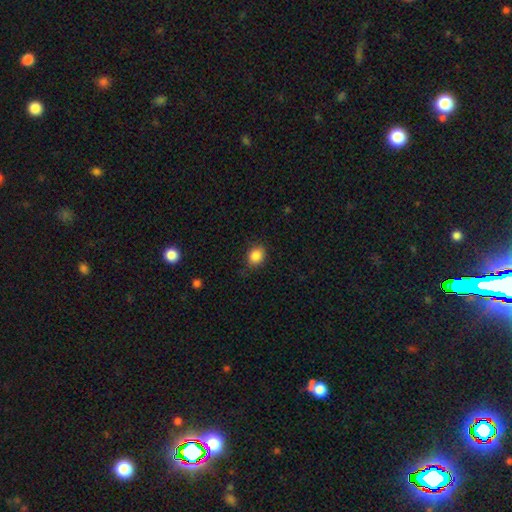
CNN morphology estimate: Smooth or featured? Predicted: smooth (p=0.87). How rounded? Predicted: round (p=0.52). Merging? Predicted: none (p=0.80).